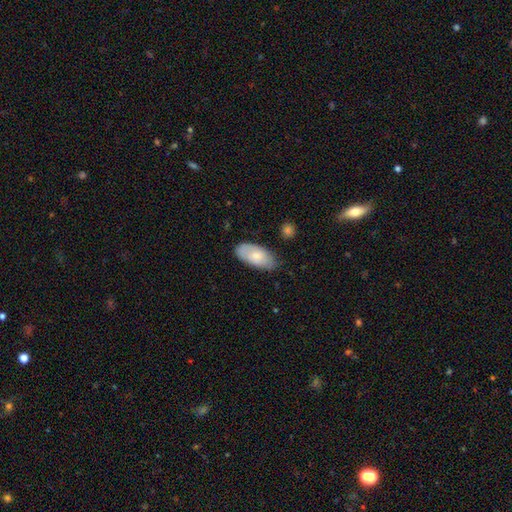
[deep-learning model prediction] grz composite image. It shows a smooth galaxy with no disk features (69%) that is in between round and cigar-shaped (93%). Merging: none (71%).